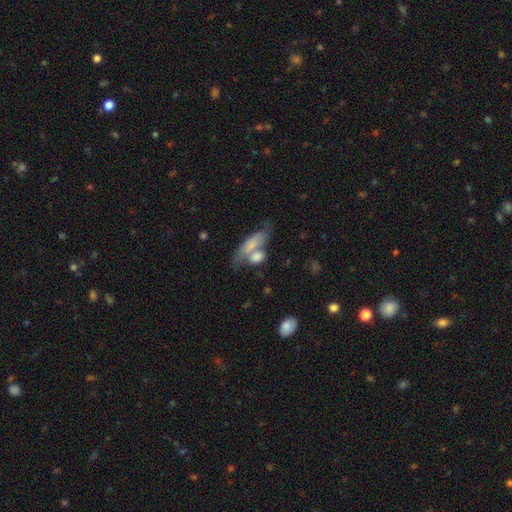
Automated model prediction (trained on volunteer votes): smooth 66%, featured or disk 26%, star or artifact 8%. Down the decision tree: how rounded — in between (65%); merging — merger (46%).